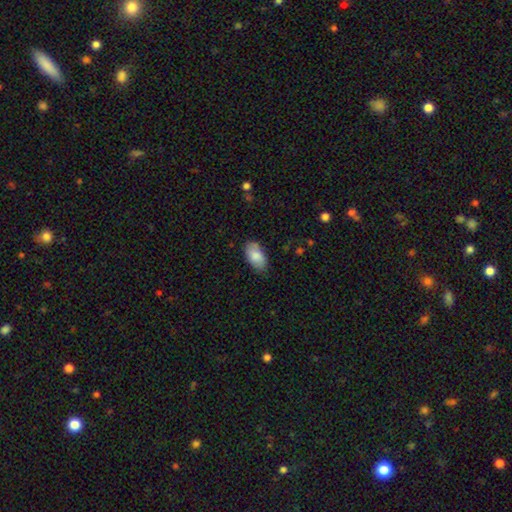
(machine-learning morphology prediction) Smooth or featured? Predicted: smooth (p=0.83). How rounded? Predicted: in between (p=0.94). Merging? Predicted: none (p=0.80).